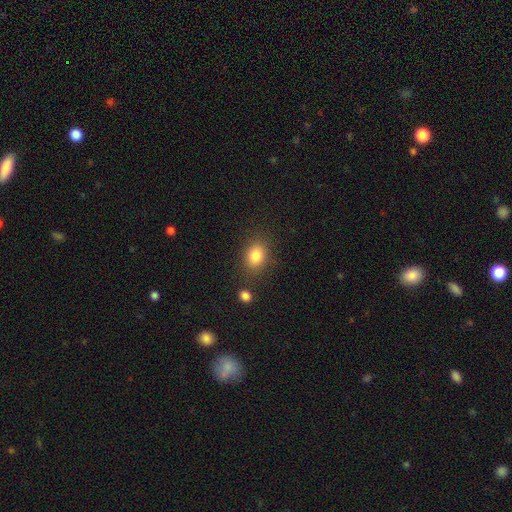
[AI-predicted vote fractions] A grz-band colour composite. It shows a smooth galaxy with no disk features (83%) that is in between round and cigar-shaped (61%). Merging: none (79%).